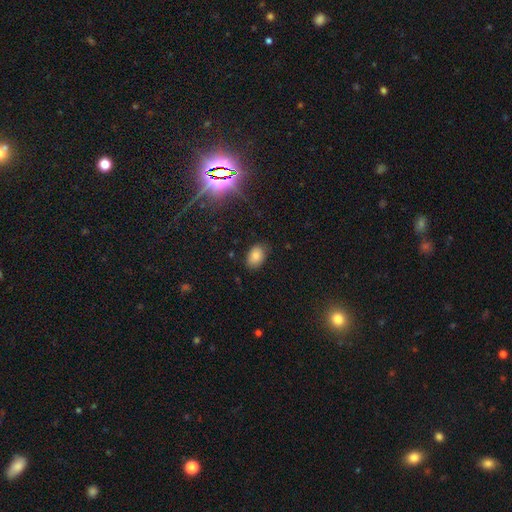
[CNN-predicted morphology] Smooth or featured? Predicted: smooth (p=0.80). How rounded? Predicted: in between (p=0.81). Merging? Predicted: none (p=0.82).